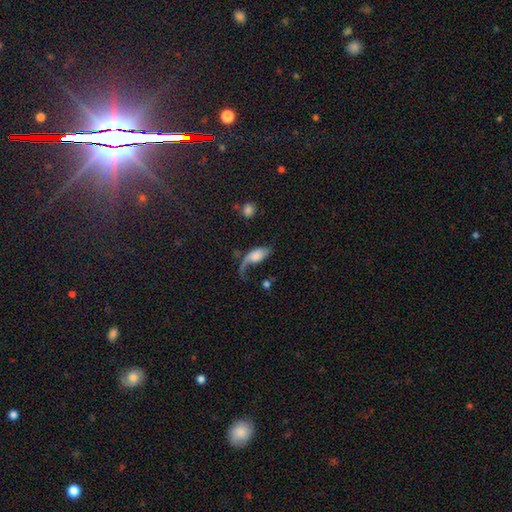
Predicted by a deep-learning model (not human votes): Smooth or featured? Predicted: smooth (p=0.47). Merging? Predicted: major disturbance (p=0.49).